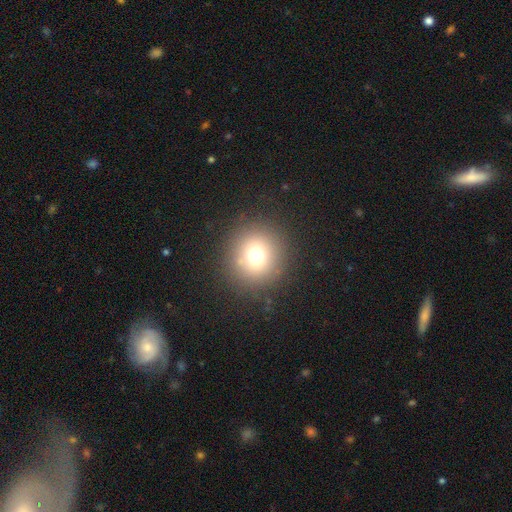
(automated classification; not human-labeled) The model was most divided on "smooth or featured": smooth: 71%, star or artifact: 19%, featured or disk: 10%. More confident: how rounded — round (94%); merging — none (87%).